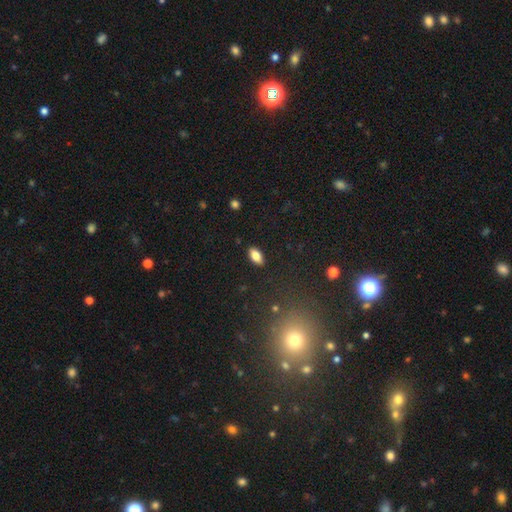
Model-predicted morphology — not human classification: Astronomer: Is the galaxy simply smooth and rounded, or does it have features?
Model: smooth — 82%.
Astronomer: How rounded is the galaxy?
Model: in between — 90%.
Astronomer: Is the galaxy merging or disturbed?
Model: none — 89%.